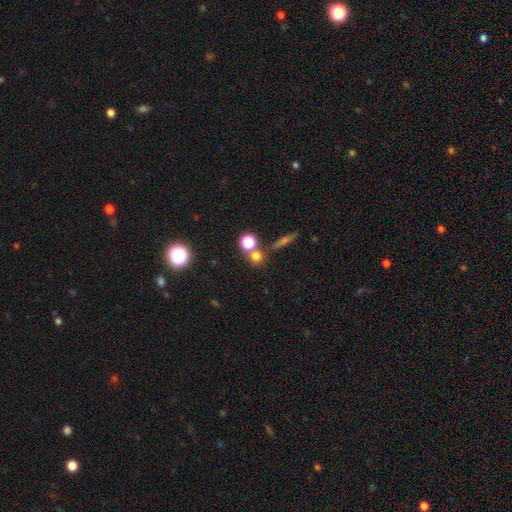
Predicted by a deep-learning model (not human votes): Smooth or featured? Predicted: smooth (p=0.70). How rounded? Predicted: round (p=0.87). Merging? Predicted: none (p=0.58).